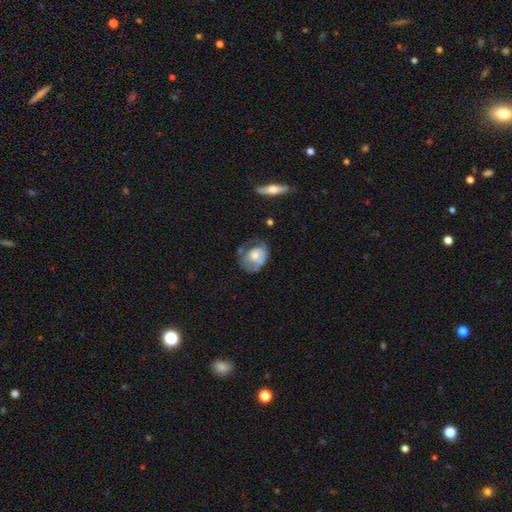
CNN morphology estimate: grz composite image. It shows a smooth galaxy with no disk features (49%). Merging: none (33%).